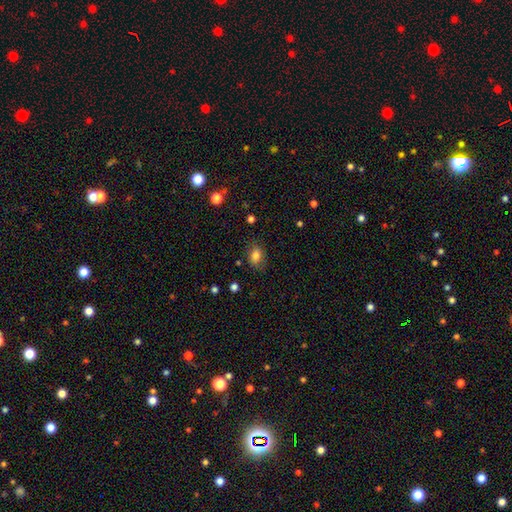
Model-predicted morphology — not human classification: smooth-or-featured: smooth: 79% | featured or disk: 11% | star or artifact: 10%
  how-rounded: in between: 72% | round: 27% | cigar-shaped: 1%
  merging: none: 76% | minor disturbance: 18% | major disturbance: 5% | merger: 1%